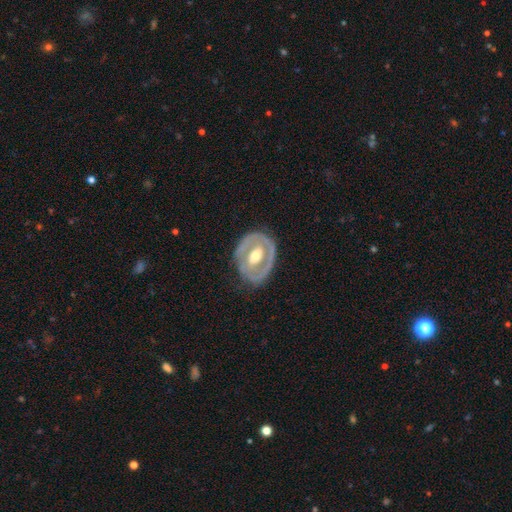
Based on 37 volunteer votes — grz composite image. It shows a featured or disk galaxy (70%) with no bar (52%), no spiral arms (68%) and a moderate central bulge (68%). Merging: none (58%).